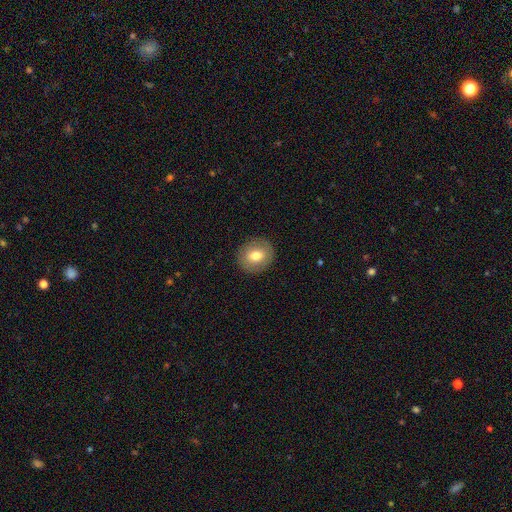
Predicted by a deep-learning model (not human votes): A smooth galaxy with no disk features (73%) that is round (75%). Merging: none (90%).